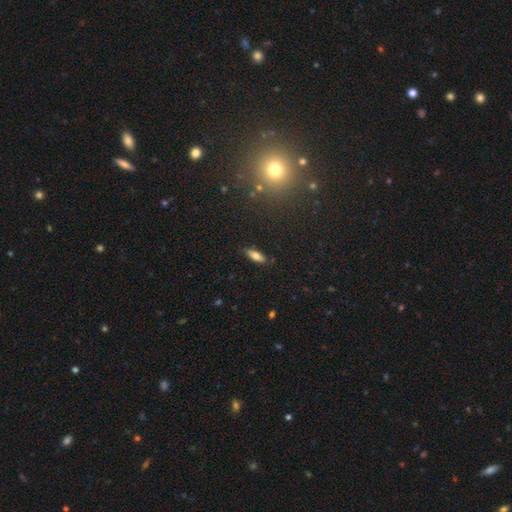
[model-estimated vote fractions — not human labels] Morphology: type=smooth (76%); roundness=in between (72%); merging=none (86%).